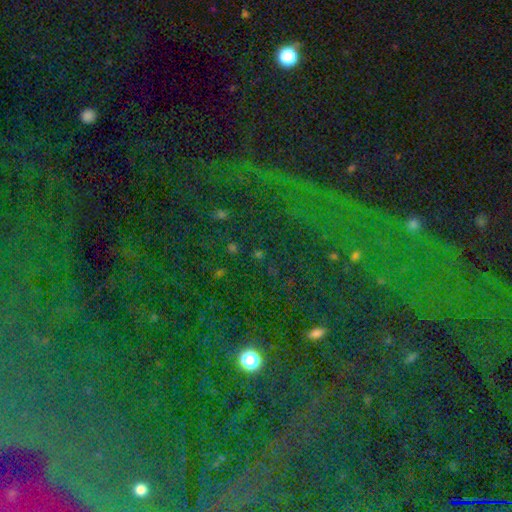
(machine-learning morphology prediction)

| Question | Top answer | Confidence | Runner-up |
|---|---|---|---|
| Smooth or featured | star or artifact | 79% | smooth (12%) |